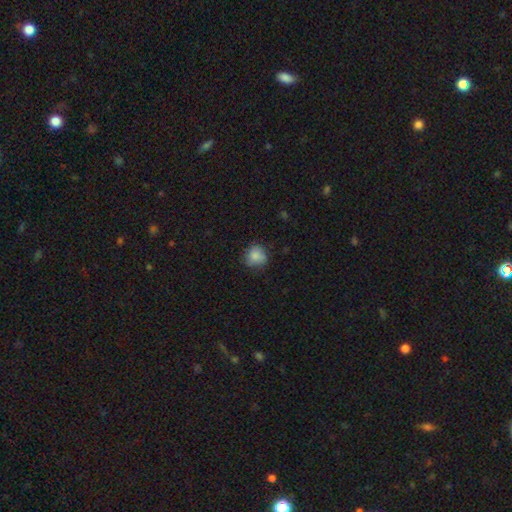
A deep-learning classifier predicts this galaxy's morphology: Smooth or featured? smooth (82%)
How rounded? round (80%)
Merging? none (70%)